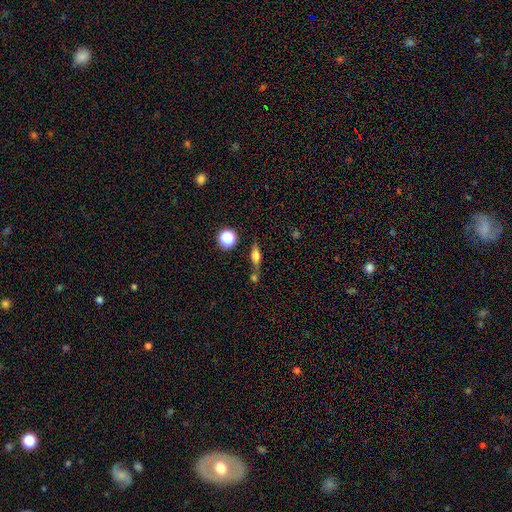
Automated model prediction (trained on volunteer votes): Smooth or featured? Predicted: smooth (p=0.52). How rounded? Predicted: in between (p=0.46). Merging? Predicted: none (p=0.58).